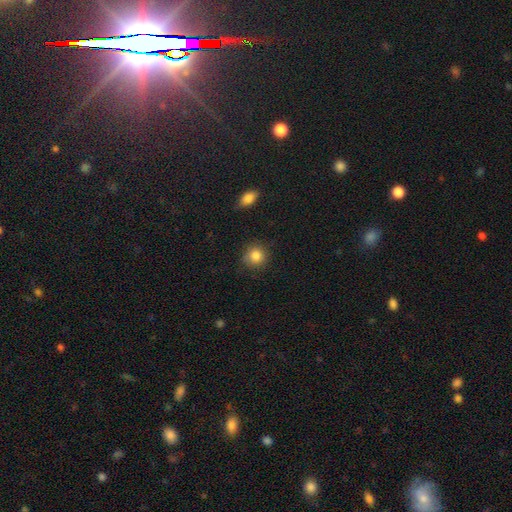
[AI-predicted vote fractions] Overall: smooth (85%). How rounded: round (89%). Merging: none (84%).